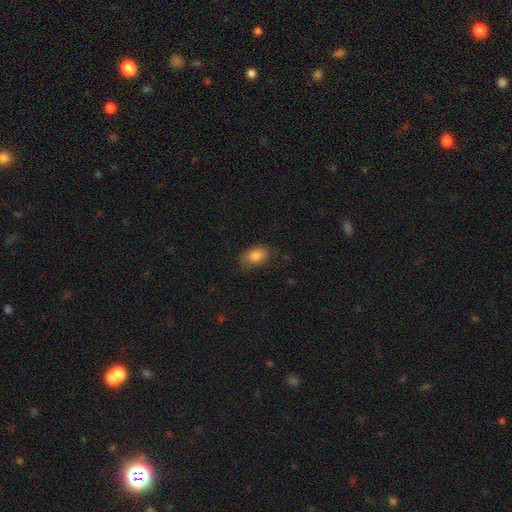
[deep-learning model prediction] A smooth galaxy with no disk features (81%) that is in between round and cigar-shaped (86%). Merging: none (73%).